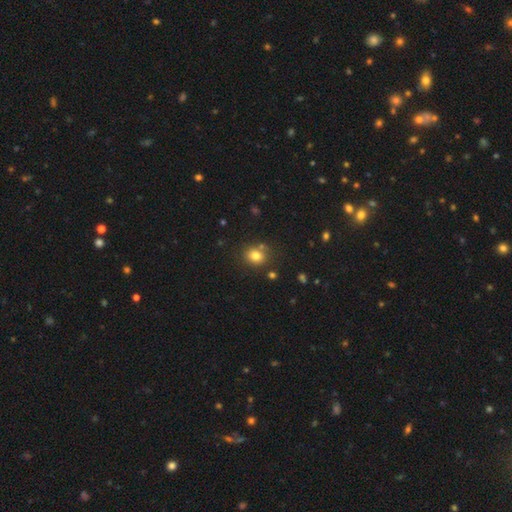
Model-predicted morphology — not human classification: Overall: smooth (79%). How rounded: round (73%). Merging: none (76%).